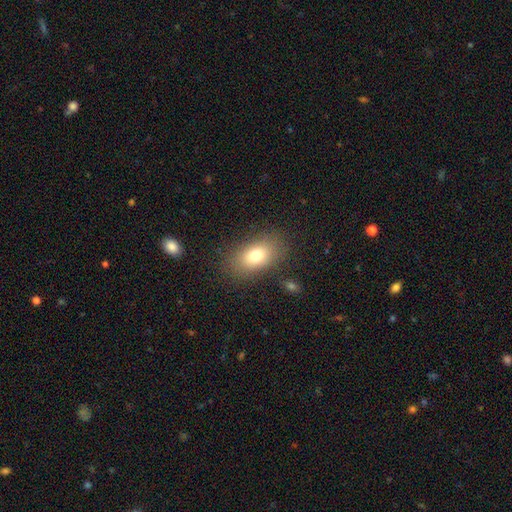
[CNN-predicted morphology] Smooth or featured?
  - smooth: 77% *
  - featured or disk: 13%
  - star or artifact: 10%
How rounded?
  - in between: 87% *
  - round: 10%
  - cigar-shaped: 3%
Merging?
  - none: 83% *
  - minor disturbance: 11%
  - major disturbance: 5%
  - merger: 2%